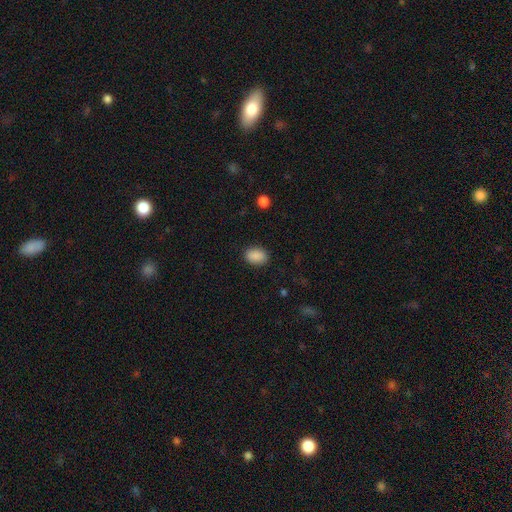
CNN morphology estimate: This appears to be a smooth galaxy with no disk features (89%) that is in between round and cigar-shaped (82%). Merging: none (88%).